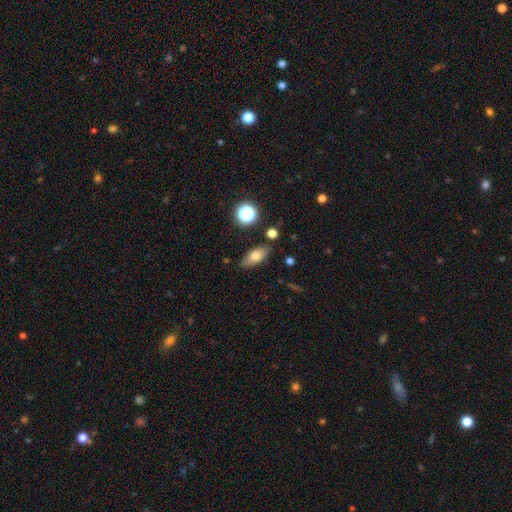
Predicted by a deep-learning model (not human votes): The model was most divided on "smooth or featured": smooth: 70%, featured or disk: 20%, star or artifact: 10%. More confident: merging — none (82%); how rounded — in between (78%).